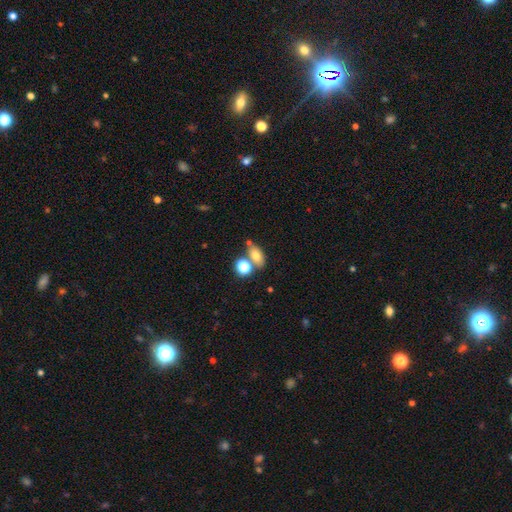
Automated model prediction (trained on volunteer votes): A smooth galaxy with no disk features (73%) that is in between round and cigar-shaped (77%). Merging: none (58%).